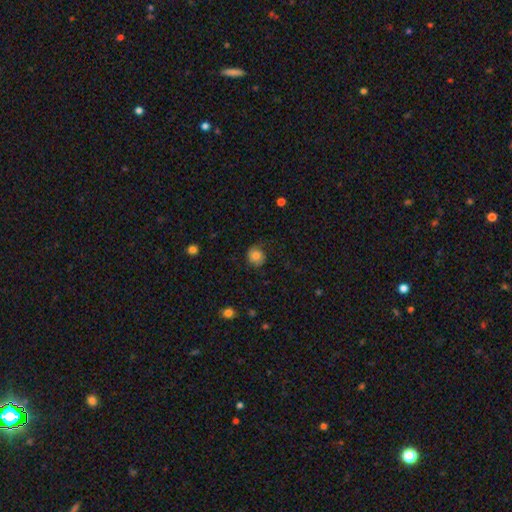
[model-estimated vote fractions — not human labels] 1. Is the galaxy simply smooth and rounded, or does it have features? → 75% smooth, 16% featured or disk, 9% star or artifact.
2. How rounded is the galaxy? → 83% round, 16% in between, 1% cigar-shaped.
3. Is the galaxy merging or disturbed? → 70% none, 21% minor disturbance, 8% major disturbance, 1% merger.